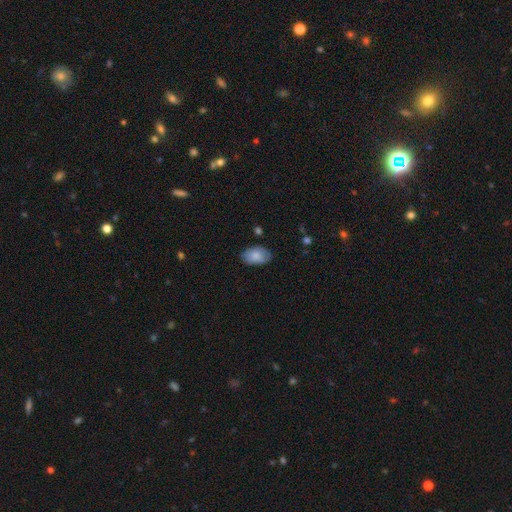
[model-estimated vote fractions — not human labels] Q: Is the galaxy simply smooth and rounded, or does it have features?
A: smooth — 82%.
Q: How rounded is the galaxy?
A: in between — 91%.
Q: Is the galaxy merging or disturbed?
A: none — 77%.